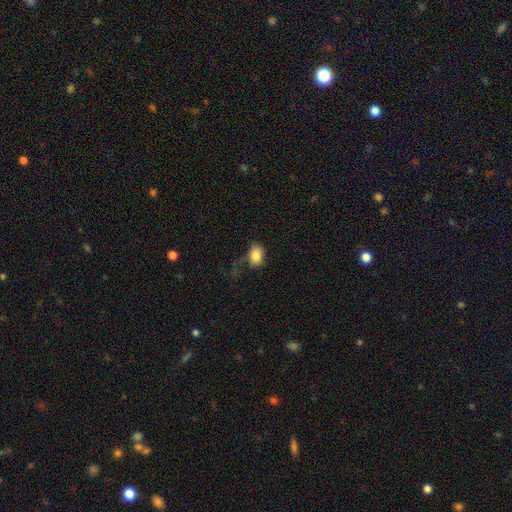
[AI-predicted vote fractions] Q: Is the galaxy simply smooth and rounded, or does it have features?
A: smooth — 85%.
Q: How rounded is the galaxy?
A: in between — 74%.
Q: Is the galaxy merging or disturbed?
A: none — 57%.